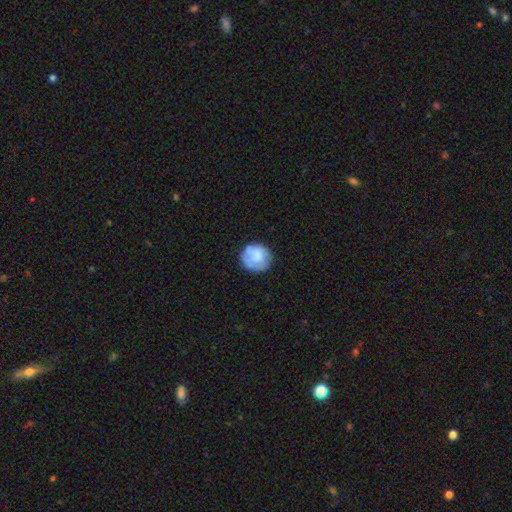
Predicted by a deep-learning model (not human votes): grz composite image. It shows a smooth galaxy with no disk features (71%) that is round (86%). Merging: none (73%).